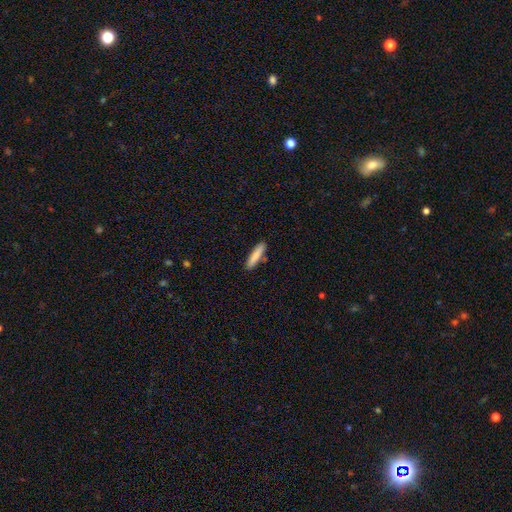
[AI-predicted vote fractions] Smooth or featured: smooth — 82% (featured or disk — 12%)
How rounded: cigar-shaped — 84% (in between — 15%)
Merging: none — 86% (minor disturbance — 9%)